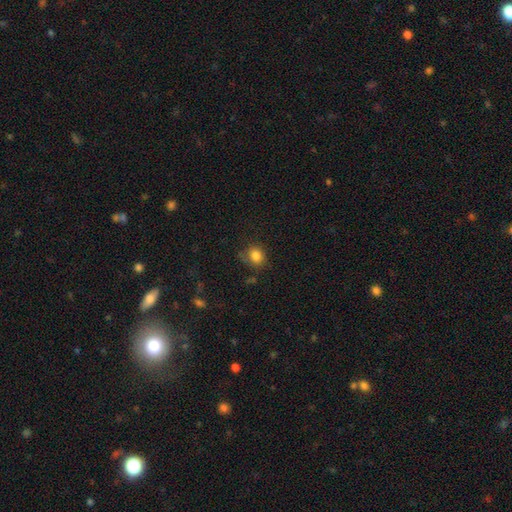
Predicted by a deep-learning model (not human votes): Smooth or featured: smooth — 84% (star or artifact — 10%)
How rounded: round — 66% (in between — 33%)
Merging: none — 69% (minor disturbance — 22%)